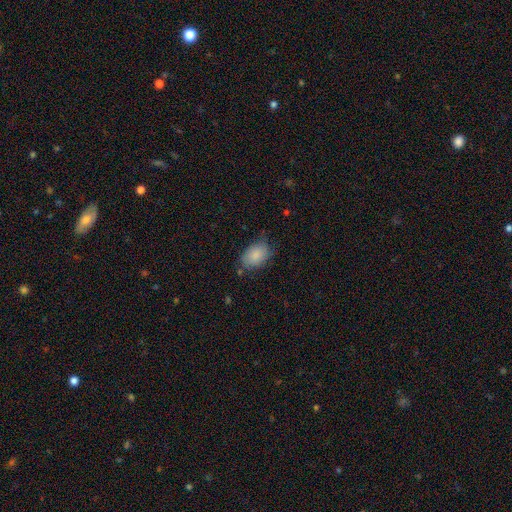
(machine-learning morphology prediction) This appears to be a smooth galaxy with no disk features (85%) that is in between round and cigar-shaped (87%). Merging: none (65%).